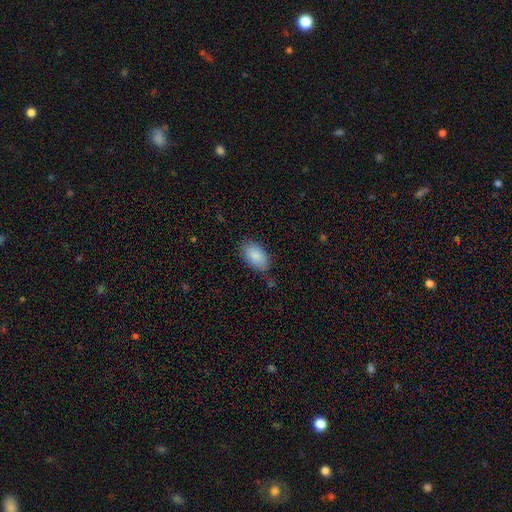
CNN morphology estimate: This appears to be a smooth galaxy with no disk features (88%) that is in between round and cigar-shaped (94%). Merging: none (79%).